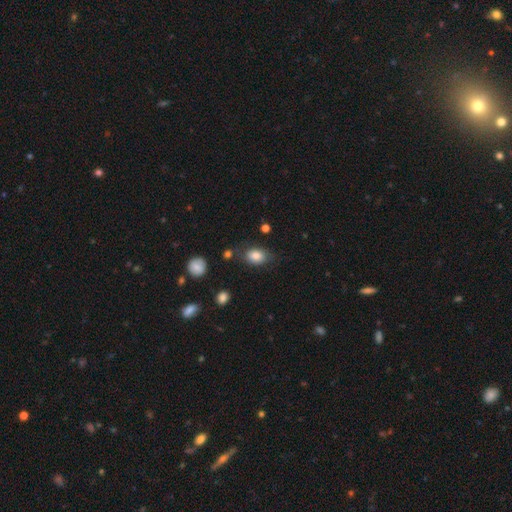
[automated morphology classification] Overall: smooth (82%). How rounded: in between (79%). Merging: none (72%).